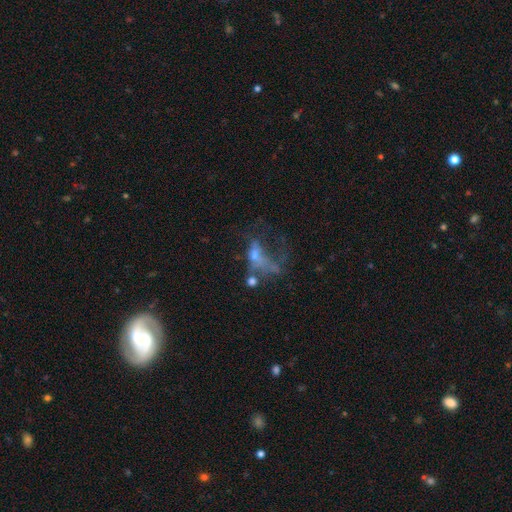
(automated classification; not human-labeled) Overall: featured or disk (51%; smooth 27%). Edge-on disk: no (96%). Merging: major disturbance (49%; none 23%).